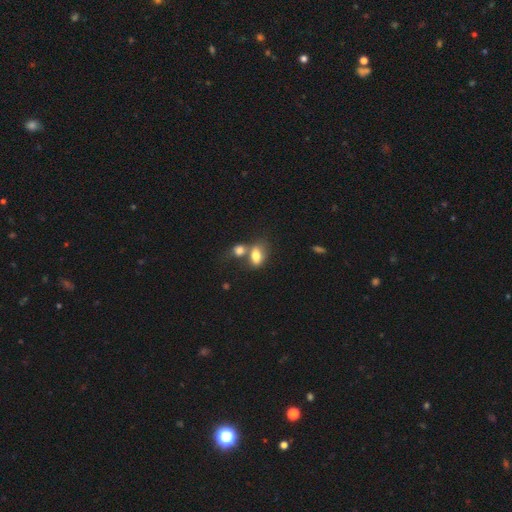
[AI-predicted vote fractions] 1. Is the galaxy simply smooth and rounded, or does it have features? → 75% smooth, 16% featured or disk, 9% star or artifact.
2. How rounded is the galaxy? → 82% in between, 14% round, 4% cigar-shaped.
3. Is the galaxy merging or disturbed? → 51% merger, 32% none, 11% minor disturbance, 6% major disturbance.